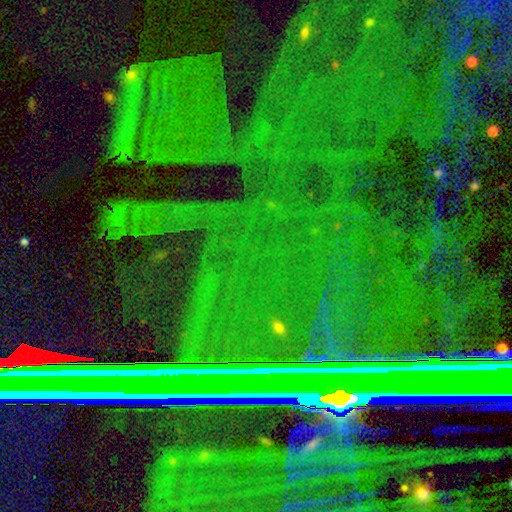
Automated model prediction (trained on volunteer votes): A star or artifact, not a galaxy (85%).